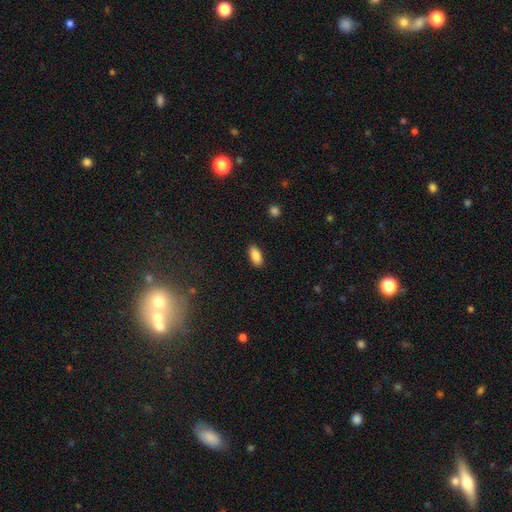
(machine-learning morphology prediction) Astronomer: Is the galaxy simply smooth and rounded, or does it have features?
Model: smooth — 87%.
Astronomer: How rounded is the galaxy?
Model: in between — 89%.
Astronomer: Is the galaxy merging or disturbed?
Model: none — 88%.